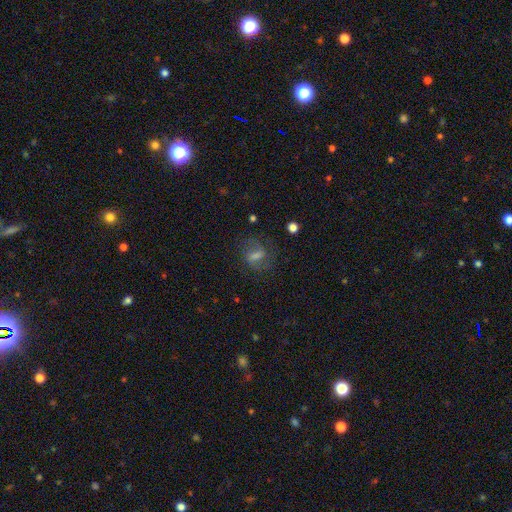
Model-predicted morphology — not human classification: A featured or disk galaxy (47%). Merging: none (66%).